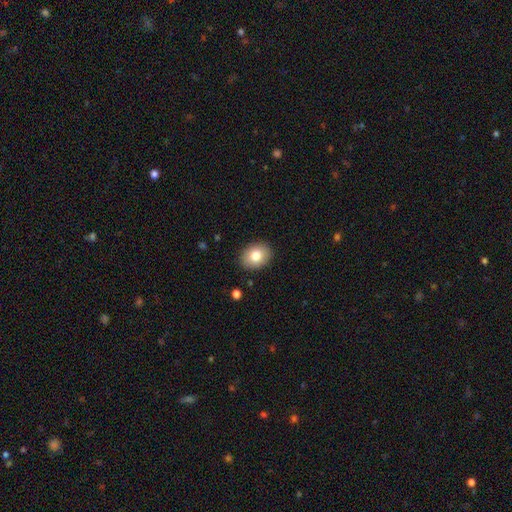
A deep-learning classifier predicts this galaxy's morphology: smooth 81%, featured or disk 11%, star or artifact 8%. Down the decision tree: how rounded — in between (61%); merging — none (89%).